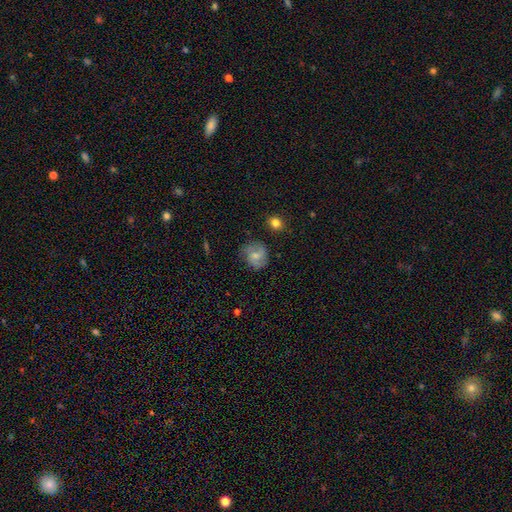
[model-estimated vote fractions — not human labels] A smooth galaxy with no disk features (48%).

Vote fractions:
- Smooth or featured? smooth: 48% / featured or disk: 43% / star or artifact: 9%
- Merging? none: 71% / minor disturbance: 20% / major disturbance: 7% / merger: 2%